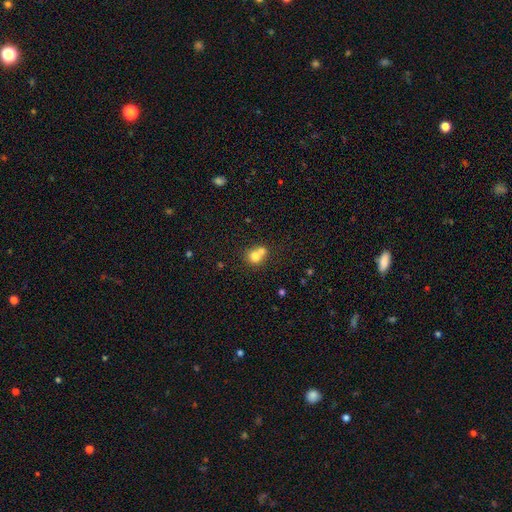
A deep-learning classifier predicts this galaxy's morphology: A smooth galaxy with no disk features (73%) that is round (81%). Merging: merger (60%).